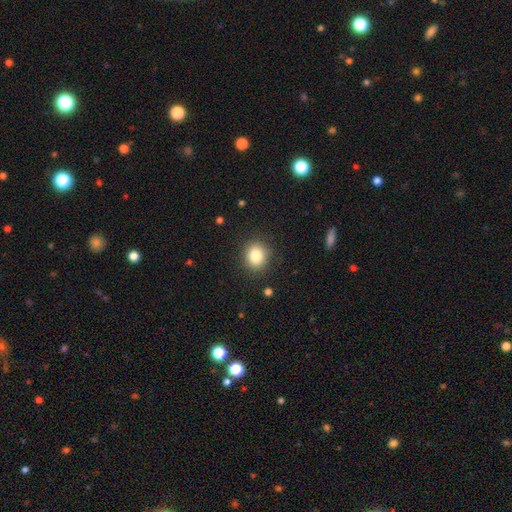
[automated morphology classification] Smooth or featured: smooth — 83% (star or artifact — 10%)
How rounded: round — 76% (in between — 23%)
Merging: none — 88% (minor disturbance — 8%)